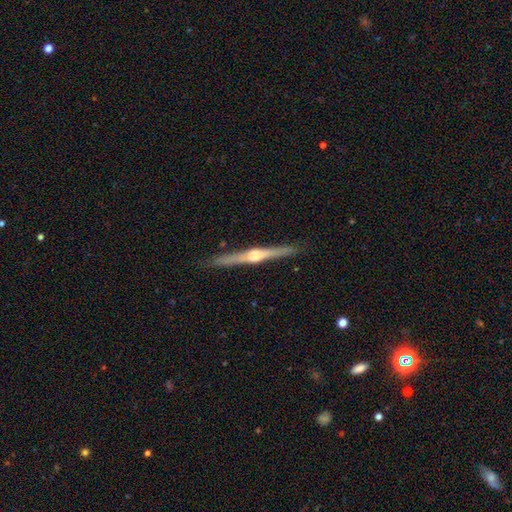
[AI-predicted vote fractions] smooth-or-featured: featured or disk: 79% | smooth: 15% | star or artifact: 5%
  disk-edge-on: yes: 98% | no: 2%
    edge-on-bulge: rounded: 85% | boxy: 10% | none: 5%
  merging: none: 90% | minor disturbance: 8% | major disturbance: 1% | merger: 1%